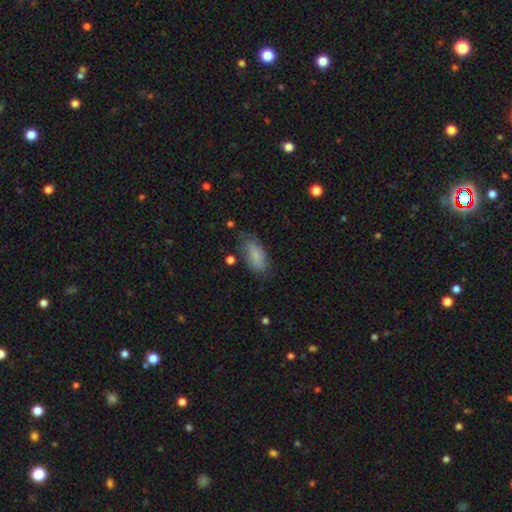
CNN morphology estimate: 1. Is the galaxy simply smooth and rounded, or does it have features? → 74% smooth, 19% featured or disk, 7% star or artifact.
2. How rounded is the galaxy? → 87% in between, 10% cigar-shaped, 3% round.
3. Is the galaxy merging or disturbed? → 63% none, 26% minor disturbance, 8% major disturbance, 3% merger.